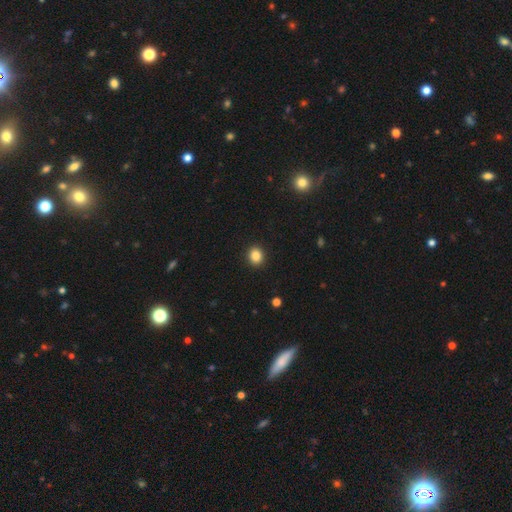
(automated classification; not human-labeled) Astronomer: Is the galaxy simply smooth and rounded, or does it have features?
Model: smooth — 86%.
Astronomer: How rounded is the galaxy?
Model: round — 73%.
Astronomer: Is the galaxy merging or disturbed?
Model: none — 92%.